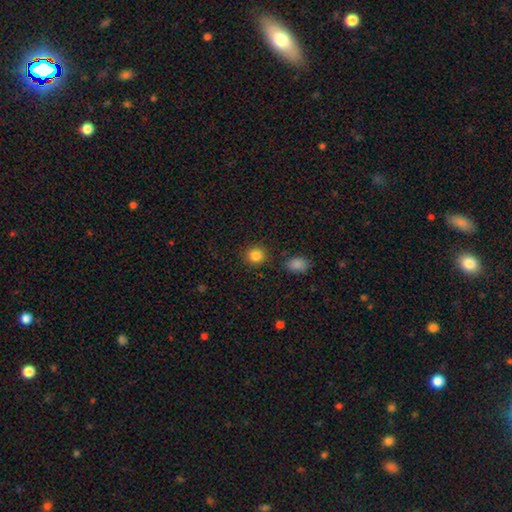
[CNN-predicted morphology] A smooth galaxy with no disk features (85%) that is round (89%).

Vote fractions:
- Smooth or featured? smooth: 85% / star or artifact: 11% / featured or disk: 4%
- How rounded? round: 89% / in between: 10% / cigar-shaped: 1%
- Merging? none: 88% / minor disturbance: 6% / merger: 3% / major disturbance: 2%